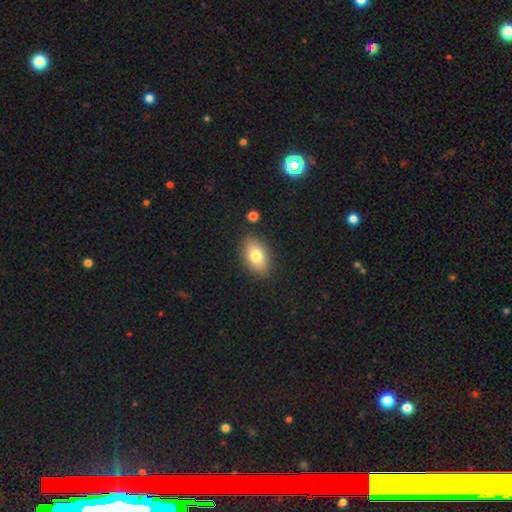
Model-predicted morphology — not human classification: A smooth galaxy with no disk features (78%) that is in between round and cigar-shaped (89%).

Vote fractions:
- Smooth or featured? smooth: 78% / featured or disk: 14% / star or artifact: 8%
- How rounded? in between: 89% / round: 9% / cigar-shaped: 2%
- Merging? none: 86% / minor disturbance: 9% / major disturbance: 2% / merger: 2%